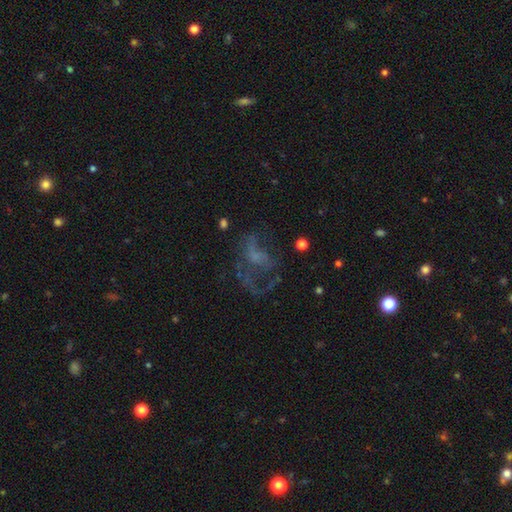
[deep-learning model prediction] smooth-or-featured: featured or disk: 54% | smooth: 24% | star or artifact: 22%
  disk-edge-on: no: 97% | yes: 3%
    bar: no: 77% | weak: 19% | strong: 5%
    has-spiral-arms: no: 65% | yes: 35%
    bulge-size: none: 56% | small: 24% | moderate: 15% | large: 3% | dominant: 1%
  merging: major disturbance: 47% | none: 34% | minor disturbance: 15% | merger: 4%